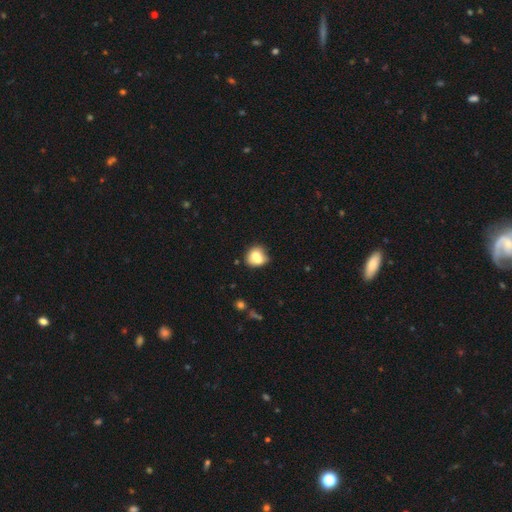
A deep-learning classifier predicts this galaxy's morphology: Q: Smooth or featured?
A: smooth (72%); runner-up: featured or disk (18%)
Q: How rounded?
A: round (66%); runner-up: in between (33%)
Q: Merging?
A: none (49%); runner-up: merger (24%)